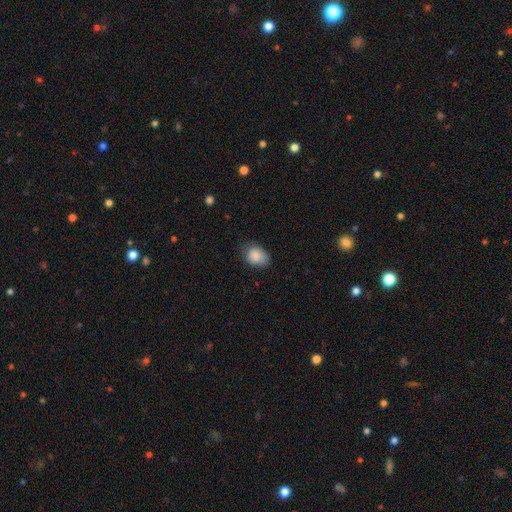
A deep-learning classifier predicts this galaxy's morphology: Overall: smooth (87%). How rounded: in between (64%; round 35%). Merging: none (62%; minor disturbance 29%).